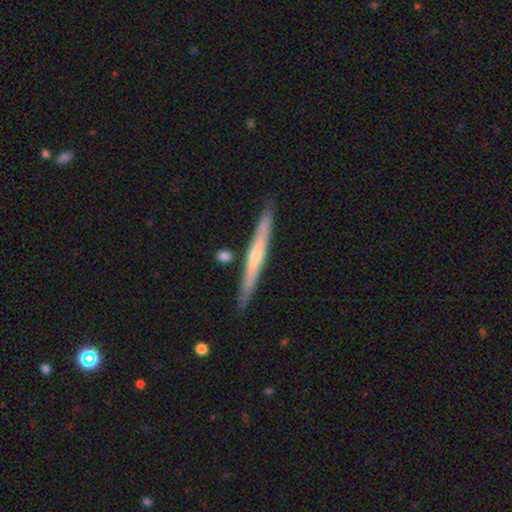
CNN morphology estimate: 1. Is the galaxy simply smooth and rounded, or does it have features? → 59% featured or disk, 35% smooth, 6% star or artifact.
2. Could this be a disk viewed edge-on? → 96% yes, 4% no.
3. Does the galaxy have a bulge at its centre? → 49% none, 47% rounded, 5% boxy.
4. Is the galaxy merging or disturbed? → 87% none, 8% minor disturbance, 3% merger, 2% major disturbance.